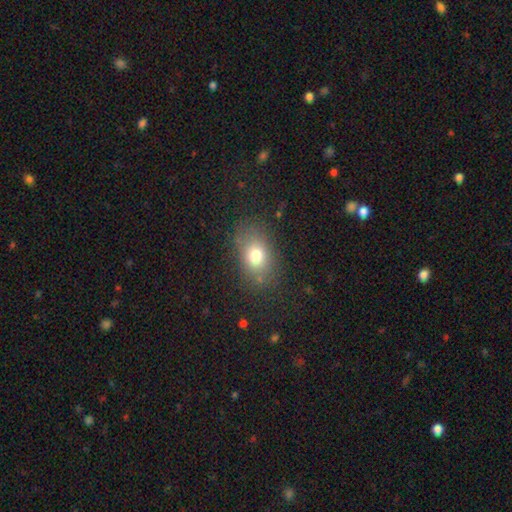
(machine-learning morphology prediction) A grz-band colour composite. It shows a smooth galaxy with no disk features (75%) that is in between round and cigar-shaped (71%). Merging: none (77%).